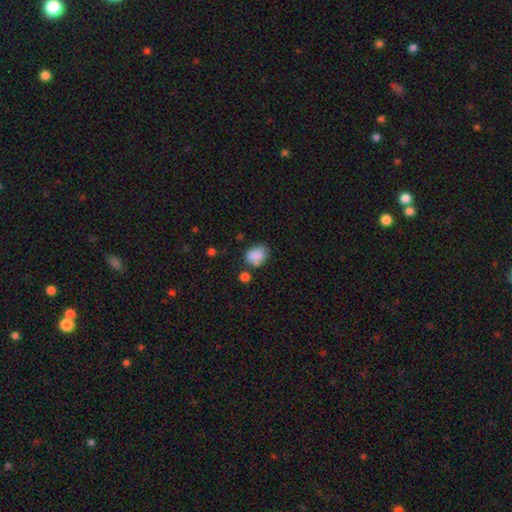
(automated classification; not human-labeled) Smooth or featured? Predicted: smooth (p=0.84). How rounded? Predicted: in between (p=0.61). Merging? Predicted: none (p=0.57).